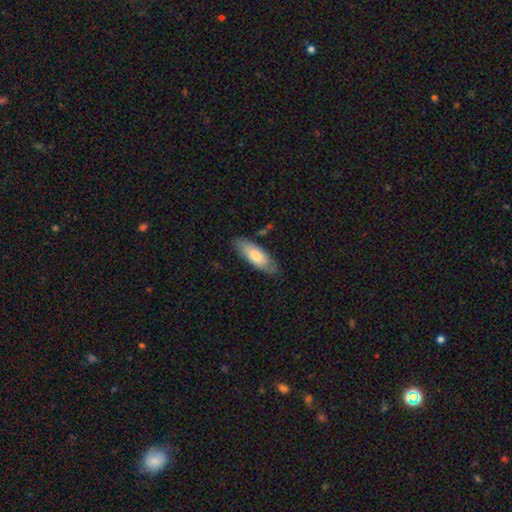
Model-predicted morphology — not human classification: smooth_or_featured: smooth (p=0.74) [alt: featured or disk p=0.20]
how_rounded: in between (p=0.72) [alt: cigar-shaped p=0.26]
merging: none (p=0.77) [alt: minor disturbance p=0.18]